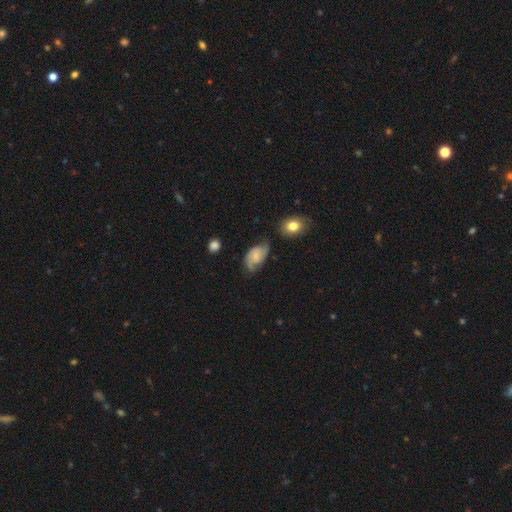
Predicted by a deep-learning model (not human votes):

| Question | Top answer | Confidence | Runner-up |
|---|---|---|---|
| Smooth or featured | featured or disk | 58% | smooth (34%) |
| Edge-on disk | no | 96% | yes (4%) |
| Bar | no | 66% | weak (29%) |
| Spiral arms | yes | 89% | no (11%) |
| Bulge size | small | 53% | moderate (24%) |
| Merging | none | 52% | minor disturbance (30%) |